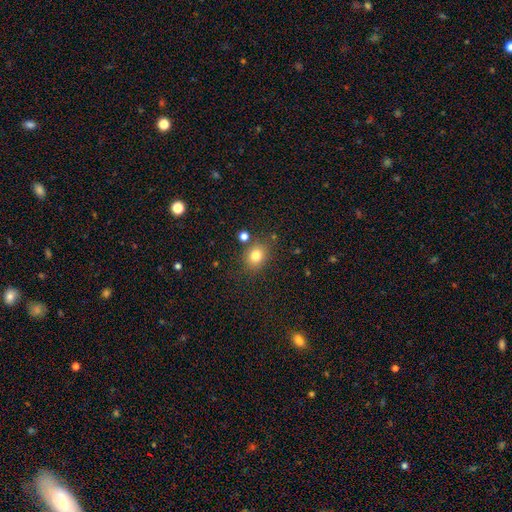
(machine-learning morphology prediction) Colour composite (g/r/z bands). It shows a smooth galaxy with no disk features (80%) that is round (62%). Merging: none (79%).